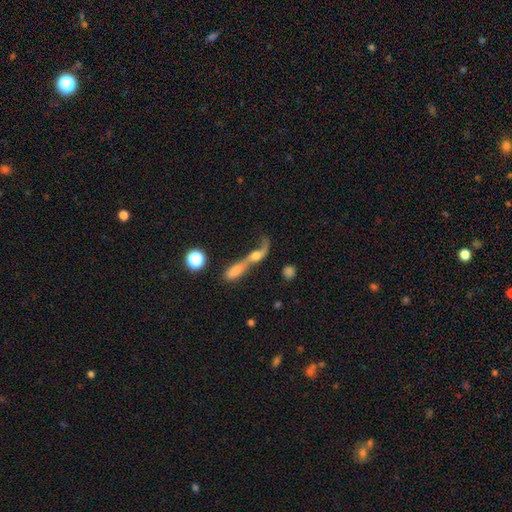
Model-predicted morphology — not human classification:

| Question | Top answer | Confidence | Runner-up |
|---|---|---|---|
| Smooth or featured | smooth | 39% | featured or disk (37%) |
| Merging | merger | 46% | none (31%) |